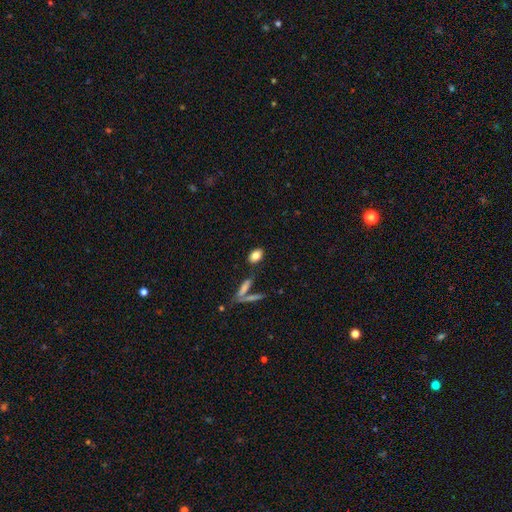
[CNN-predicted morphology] The model was most divided on "merging": none: 76%, minor disturbance: 12%, merger: 8%, major disturbance: 4%. More confident: how rounded — in between (85%); smooth or featured — smooth (82%).